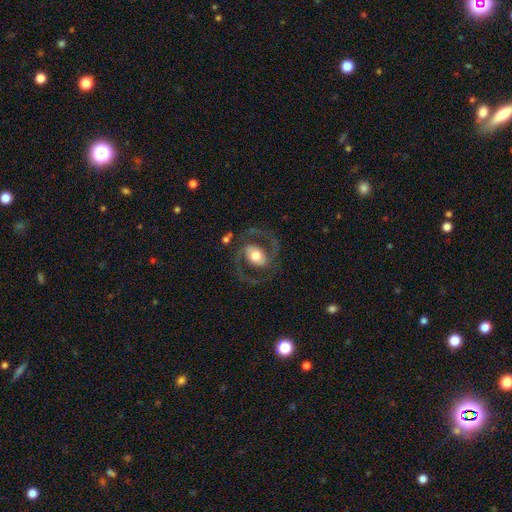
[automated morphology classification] type=featured or disk (77%); edge-on=no (96%); bar=no (42%); spiral arms=yes (79%); winding=medium (57%); arm count=2 (90%); bulge=moderate (60%); merging=none (73%).